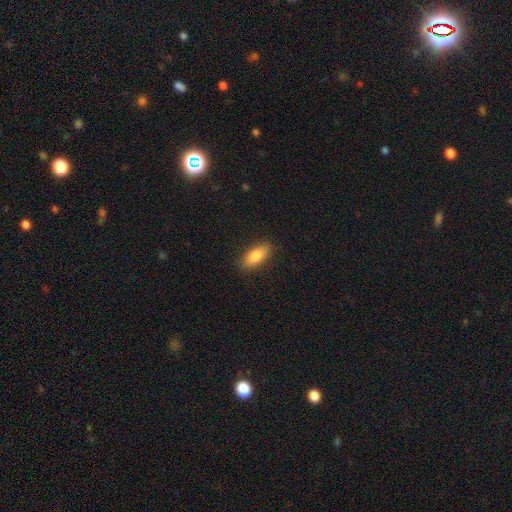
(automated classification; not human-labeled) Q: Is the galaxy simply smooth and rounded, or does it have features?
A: smooth — 85%.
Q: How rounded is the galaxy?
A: in between — 80%.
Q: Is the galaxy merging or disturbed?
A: none — 87%.